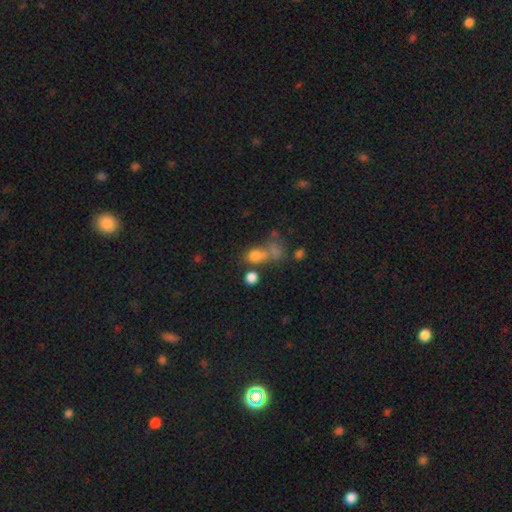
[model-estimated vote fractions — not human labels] Smooth or featured? smooth (72%)
How rounded? round (50%)
Merging? merger (40%)